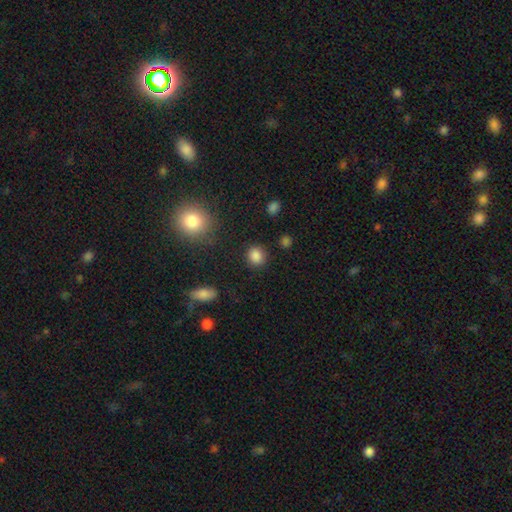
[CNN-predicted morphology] smooth 85%, star or artifact 11%, featured or disk 4%. Down the decision tree: how rounded — round (81%); merging — none (87%).